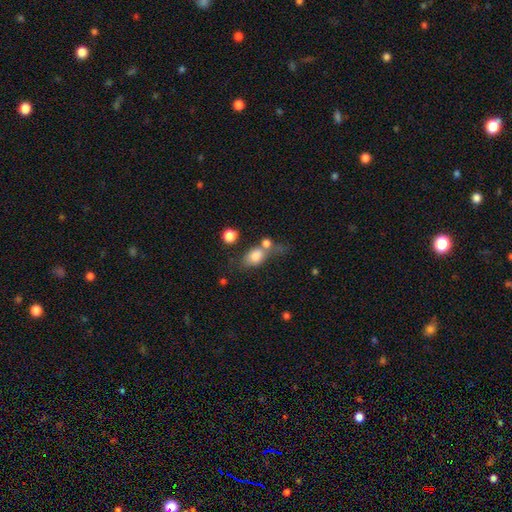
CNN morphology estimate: This is likely a smooth galaxy (78%). How rounded: likely in between (72%). Merging: marginally merger (38%).